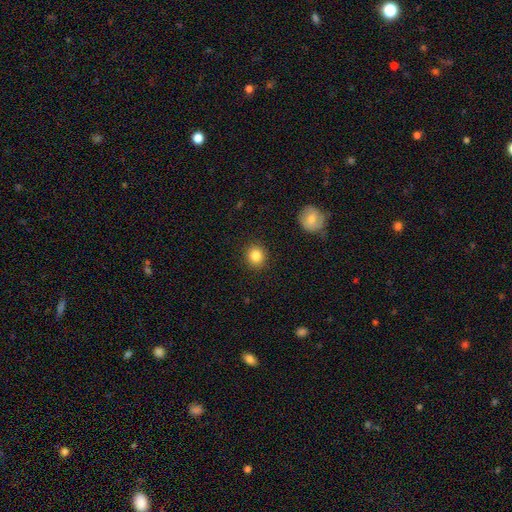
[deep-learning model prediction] smooth 85%, star or artifact 10%, featured or disk 5%. Down the decision tree: how rounded — round (84%); merging — none (90%).